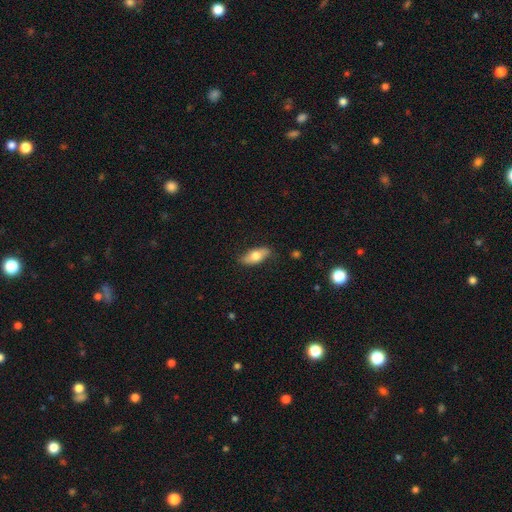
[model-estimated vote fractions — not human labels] This is likely a smooth galaxy (66%). How rounded: likely in between (79%). Merging: clearly none (81%).